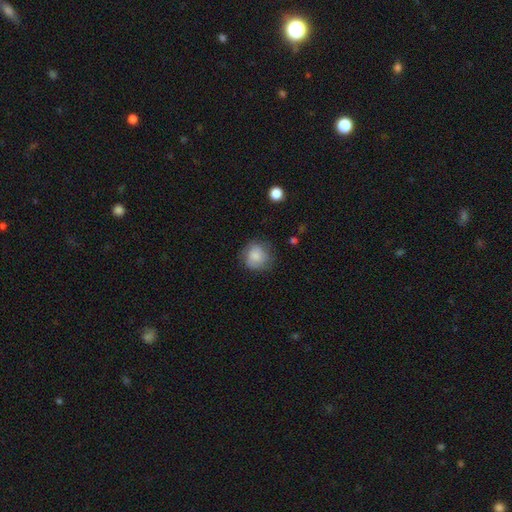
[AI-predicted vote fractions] Smooth or featured? Predicted: smooth (p=0.80). How rounded? Predicted: round (p=0.85). Merging? Predicted: none (p=0.70).